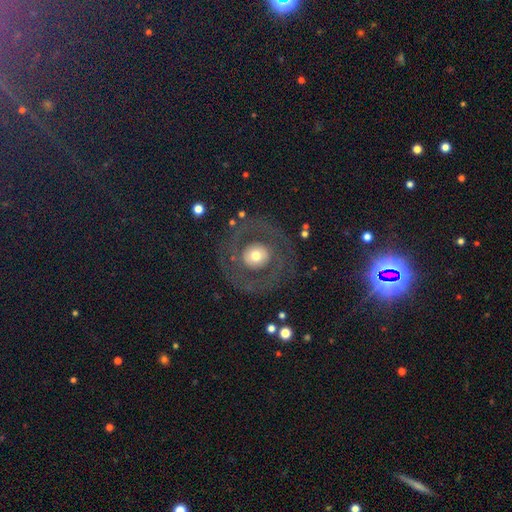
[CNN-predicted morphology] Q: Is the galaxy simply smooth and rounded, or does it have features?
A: featured or disk — 60%.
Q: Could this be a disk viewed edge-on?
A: no — 96%.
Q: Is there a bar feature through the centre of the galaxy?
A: no — 85%.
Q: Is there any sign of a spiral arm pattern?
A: no — 65%.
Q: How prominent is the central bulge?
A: moderate — 57%.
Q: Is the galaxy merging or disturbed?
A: none — 78%.